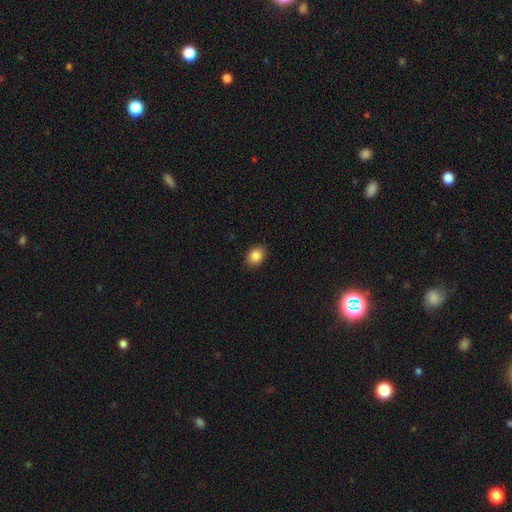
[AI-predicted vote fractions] Overall: smooth (87%). How rounded: in between (60%; round 39%). Merging: none (90%).